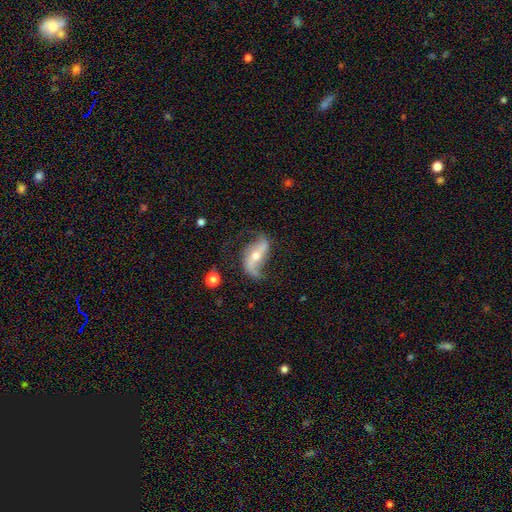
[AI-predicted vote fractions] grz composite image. It shows a featured or disk galaxy (85%) with a strong bar (40%), 2 (89%) loose (81%) spiral arms (94%) and a moderate central bulge (48%). Merging: none (65%).